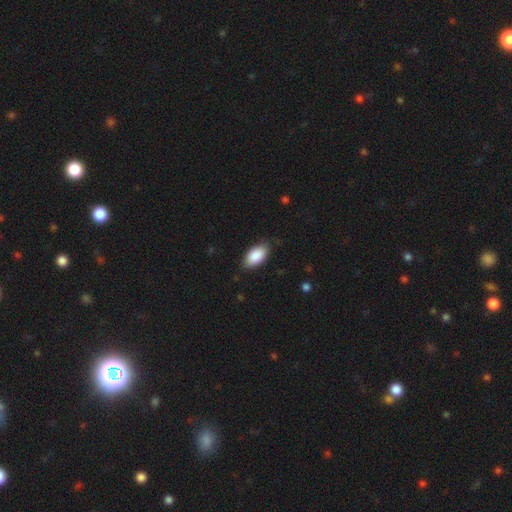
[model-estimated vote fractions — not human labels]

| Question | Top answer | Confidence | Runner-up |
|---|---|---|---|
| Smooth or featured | smooth | 89% | star or artifact (6%) |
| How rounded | in between | 94% | cigar-shaped (3%) |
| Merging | none | 81% | minor disturbance (15%) |